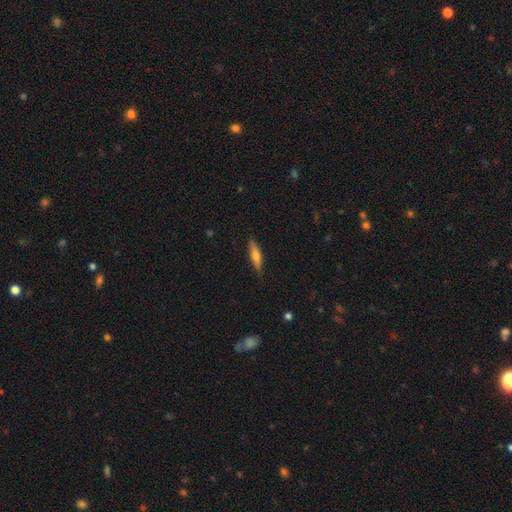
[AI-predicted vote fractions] The model was most divided on "smooth or featured": smooth: 61%, featured or disk: 33%, star or artifact: 6%. More confident: merging — none (86%); how rounded — cigar-shaped (76%).